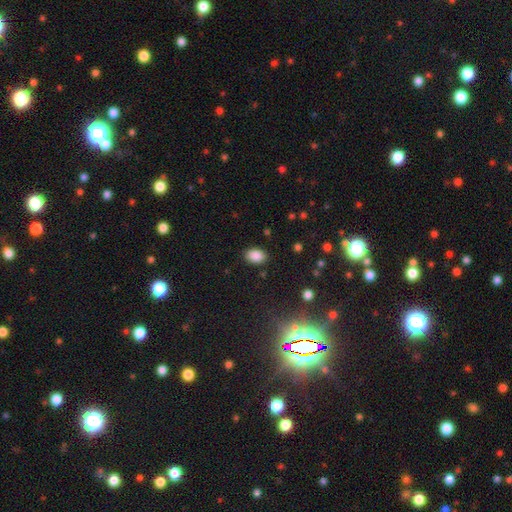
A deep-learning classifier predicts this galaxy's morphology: smooth 87%, star or artifact 9%, featured or disk 4%. Down the decision tree: how rounded — in between (82%); merging — none (87%).